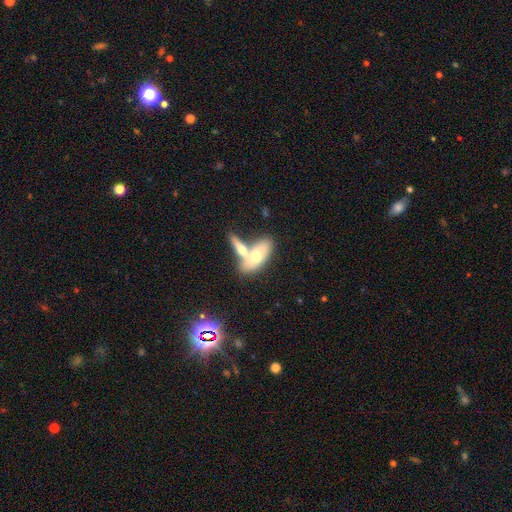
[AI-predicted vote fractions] Overall: smooth (58%; featured or disk 36%). How rounded: in between (77%). Merging: merger (56%; none 31%).